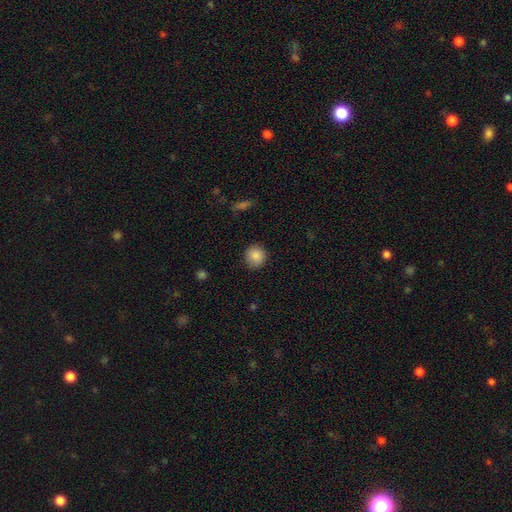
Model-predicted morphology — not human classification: Smooth or featured? Predicted: smooth (p=0.87). How rounded? Predicted: round (p=0.92). Merging? Predicted: none (p=0.88).